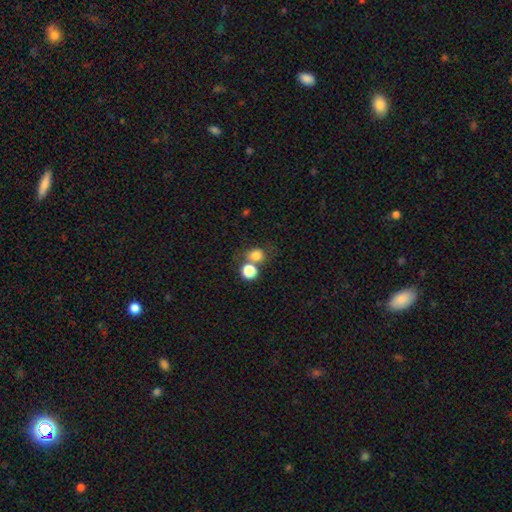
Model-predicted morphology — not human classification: smooth-or-featured: smooth: 79% | star or artifact: 12% | featured or disk: 8%
  how-rounded: round: 74% | in between: 25% | cigar-shaped: 1%
  merging: none: 49% | merger: 37% | minor disturbance: 9% | major disturbance: 5%